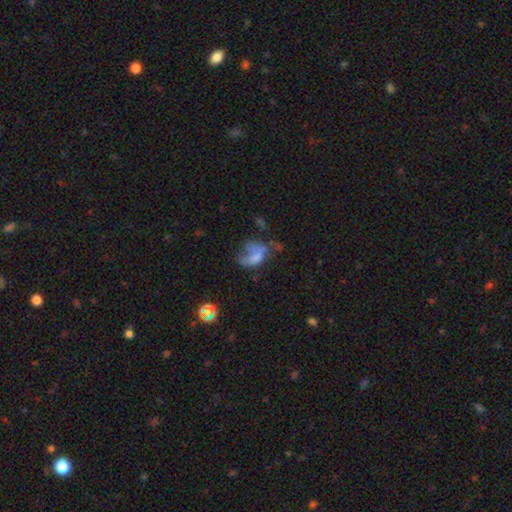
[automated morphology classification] A smooth galaxy with no disk features (49%).

Vote fractions:
- Smooth or featured? smooth: 49% / featured or disk: 37% / star or artifact: 15%
- Merging? major disturbance: 47% / none: 19% / minor disturbance: 19% / merger: 16%